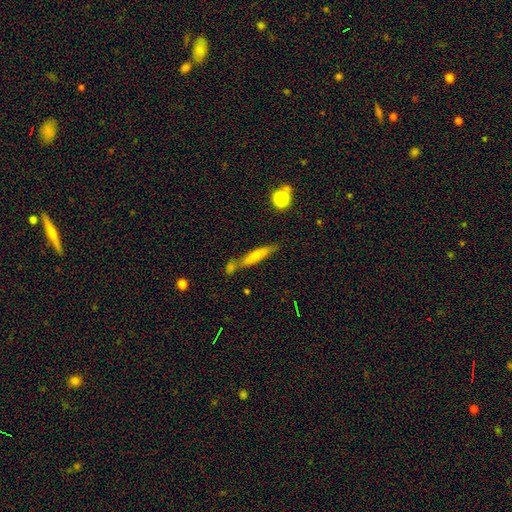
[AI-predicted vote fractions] Smooth or featured? smooth (60%)
How rounded? cigar-shaped (85%)
Merging? none (62%)